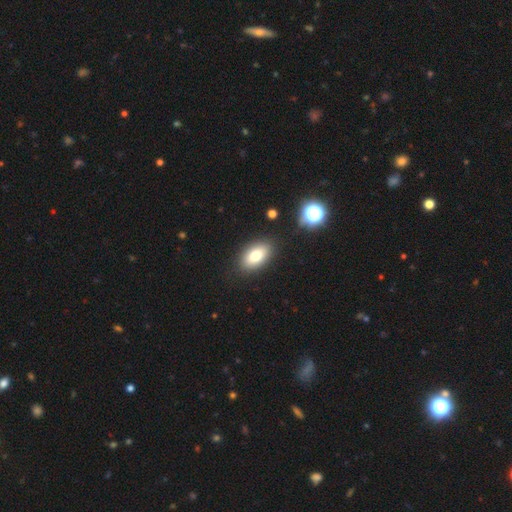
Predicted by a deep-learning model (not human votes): Smooth or featured?
  - smooth: 78% *
  - featured or disk: 13%
  - star or artifact: 9%
How rounded?
  - in between: 91% *
  - round: 7%
  - cigar-shaped: 3%
Merging?
  - none: 87% *
  - minor disturbance: 9%
  - major disturbance: 3%
  - merger: 2%